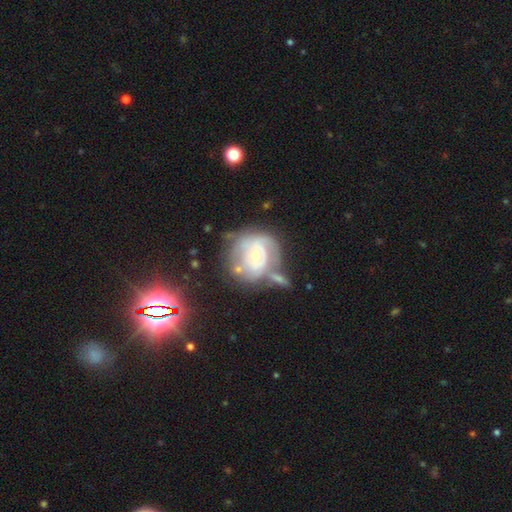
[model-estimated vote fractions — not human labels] Smooth or featured?
  - featured or disk: 66% *
  - smooth: 26%
  - star or artifact: 8%
Edge-on disk?
  - no: 97% *
  - yes: 3%
Bar?
  - no: 72% *
  - weak: 22%
  - strong: 7%
Spiral arms?
  - yes: 63% *
  - no: 37%
Bulge size?
  - moderate: 59% *
  - small: 35%
  - large: 4%
  - none: 1%
  - dominant: 1%
Merging?
  - none: 41% *
  - minor disturbance: 22%
  - merger: 21%
  - major disturbance: 17%